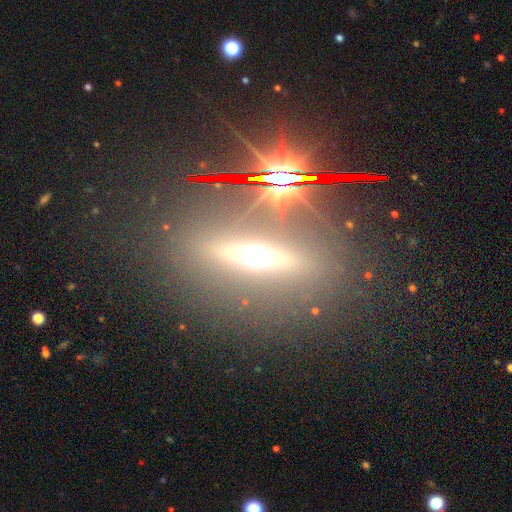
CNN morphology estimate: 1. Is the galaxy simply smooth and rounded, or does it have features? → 60% featured or disk, 26% star or artifact, 15% smooth.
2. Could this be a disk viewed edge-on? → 88% yes, 12% no.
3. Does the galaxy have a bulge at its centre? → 89% rounded, 9% boxy, 3% none.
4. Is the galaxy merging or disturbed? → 76% none, 10% minor disturbance, 7% major disturbance, 6% merger.